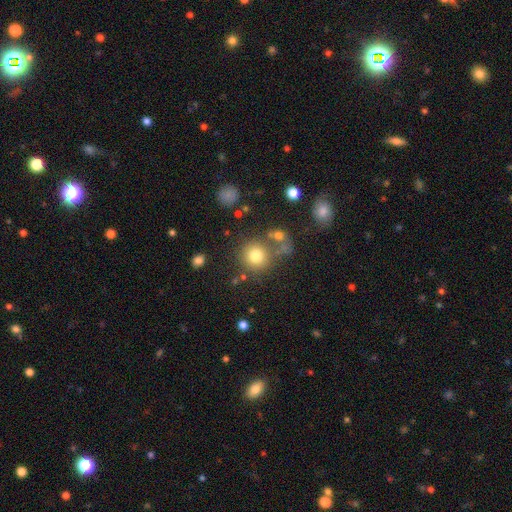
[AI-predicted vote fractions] smooth 77%, star or artifact 13%, featured or disk 10%. Down the decision tree: how rounded — round (92%); merging — none (70%).